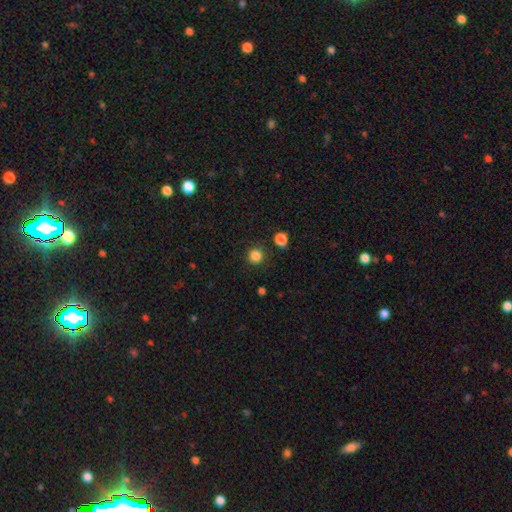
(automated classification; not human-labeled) This is clearly a smooth galaxy (84%). How rounded: clearly round (94%). Merging: clearly none (88%).